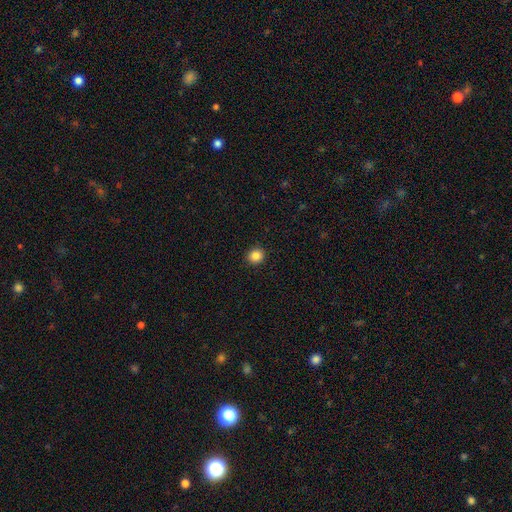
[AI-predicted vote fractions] This is clearly a smooth galaxy (87%). How rounded: clearly round (88%). Merging: clearly none (92%).